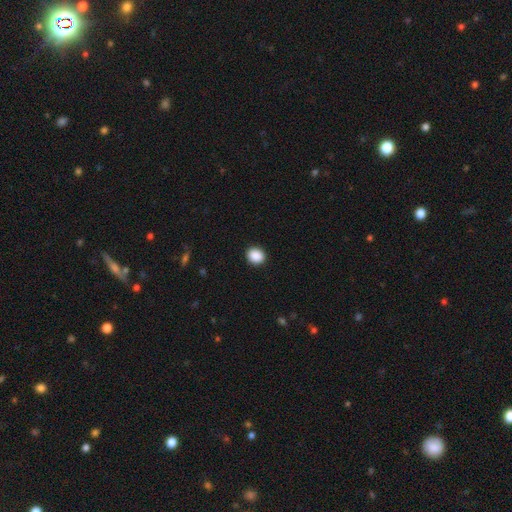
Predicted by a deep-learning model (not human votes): A smooth galaxy with no disk features (89%) that is round (72%). Merging: none (91%).